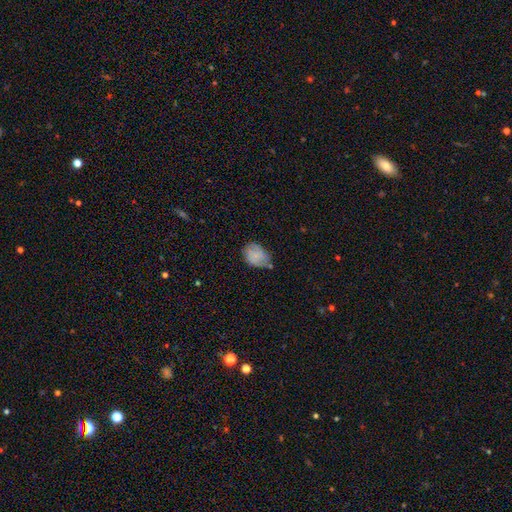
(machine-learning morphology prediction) Smooth or featured? Predicted: smooth (p=0.71). How rounded? Predicted: in between (p=0.68). Merging? Predicted: none (p=0.45).